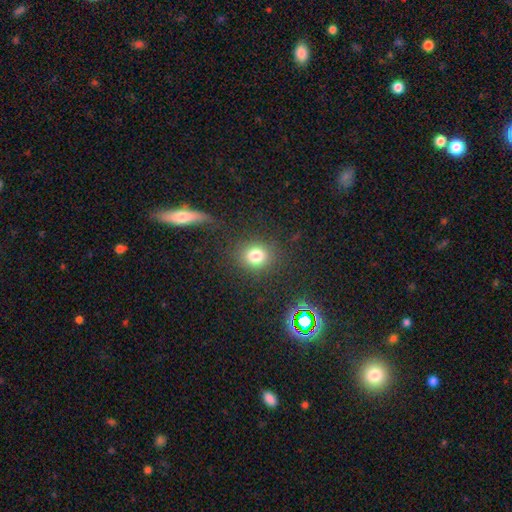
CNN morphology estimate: Smooth or featured? smooth (79%)
How rounded? round (78%)
Merging? none (83%)